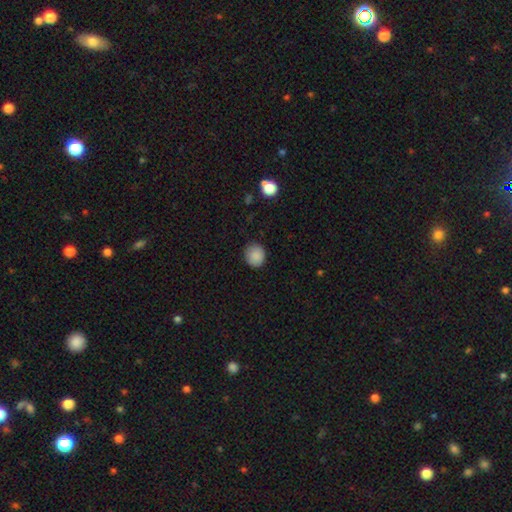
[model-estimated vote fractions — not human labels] Smooth or featured? Predicted: smooth (p=0.88). How rounded? Predicted: round (p=0.84). Merging? Predicted: none (p=0.85).